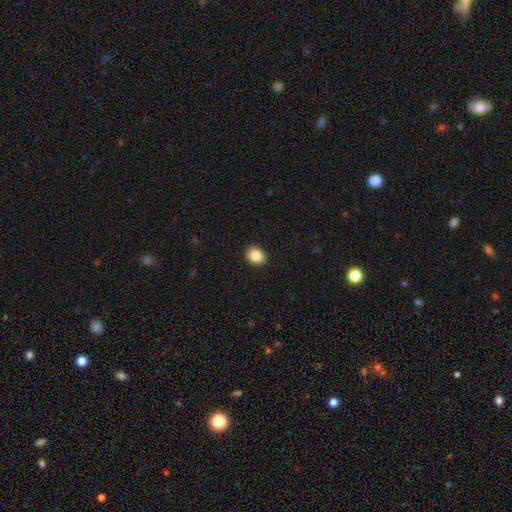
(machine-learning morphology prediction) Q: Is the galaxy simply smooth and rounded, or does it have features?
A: smooth — 87%.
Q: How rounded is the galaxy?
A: in between — 59%.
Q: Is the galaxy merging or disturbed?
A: none — 91%.